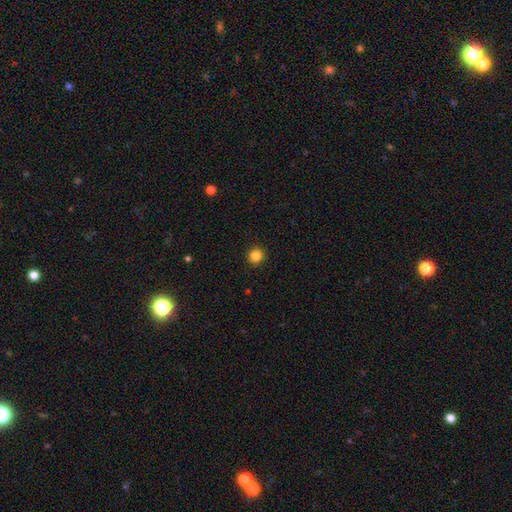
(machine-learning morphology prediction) smooth 85%, star or artifact 11%, featured or disk 4%. Down the decision tree: how rounded — round (94%); merging — none (93%).